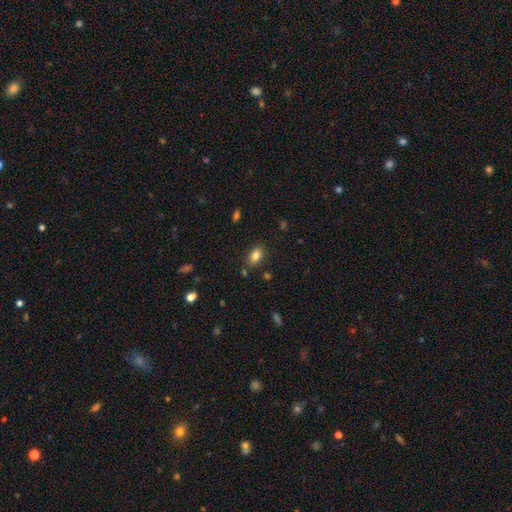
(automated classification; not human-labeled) This appears to be a smooth galaxy with no disk features (81%) that is in between round and cigar-shaped (84%). Merging: none (83%).